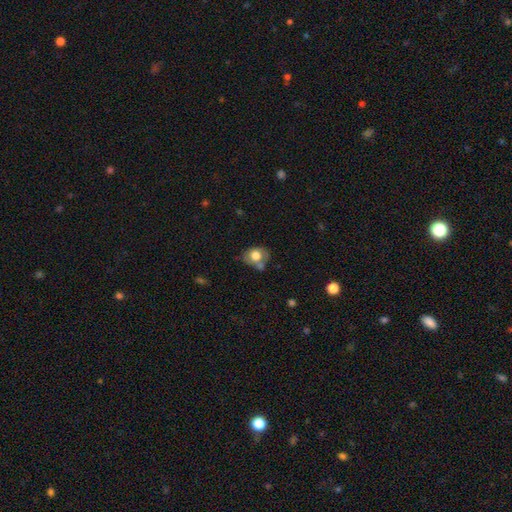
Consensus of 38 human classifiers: Smooth or featured: smooth — 71% (featured or disk — 21%)
How rounded: in between — 56% (round — 44%)
Merging: none — 49% (minor disturbance — 23%)